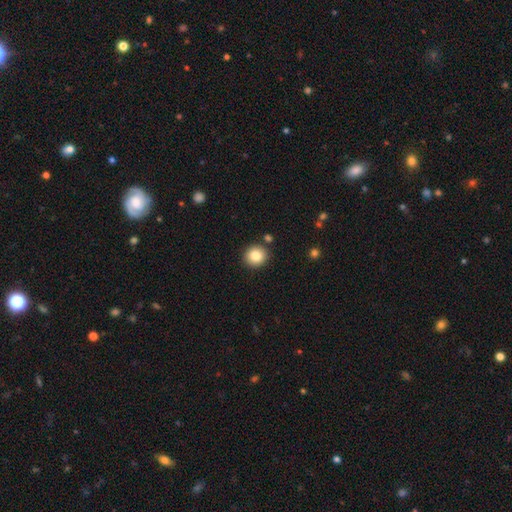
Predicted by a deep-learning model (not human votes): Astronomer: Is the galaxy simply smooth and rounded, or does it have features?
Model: smooth — 83%.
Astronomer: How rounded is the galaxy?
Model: round — 87%.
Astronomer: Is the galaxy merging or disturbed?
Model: none — 88%.